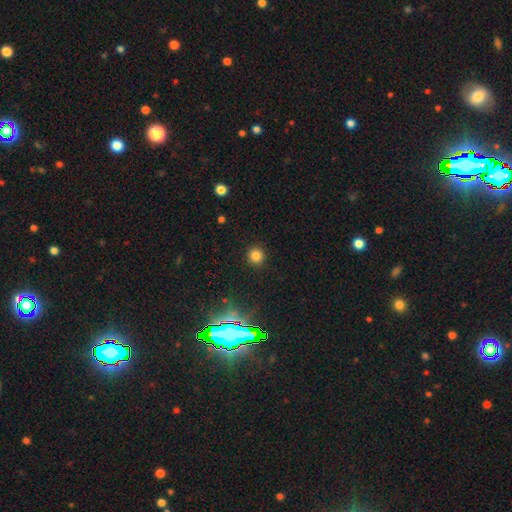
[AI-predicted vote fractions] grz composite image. It shows a smooth galaxy with no disk features (78%) that is round (93%). Merging: none (92%).